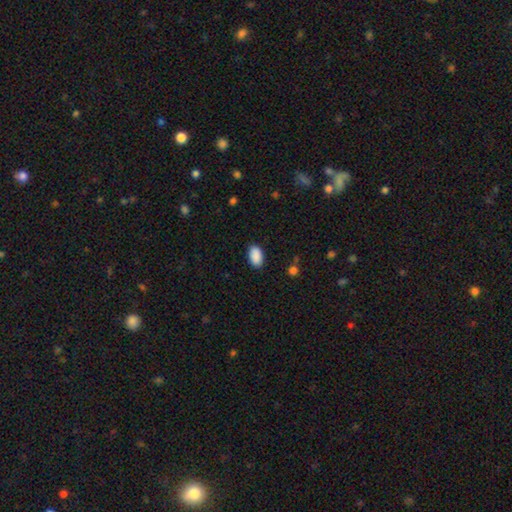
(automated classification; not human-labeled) A smooth galaxy with no disk features (91%) that is in between round and cigar-shaped (94%). Merging: none (88%).